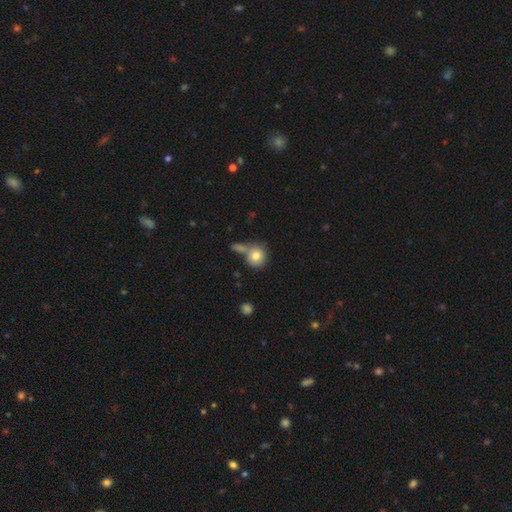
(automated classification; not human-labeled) Overall: smooth (78%). How rounded: round (85%). Merging: none (50%; merger 30%).